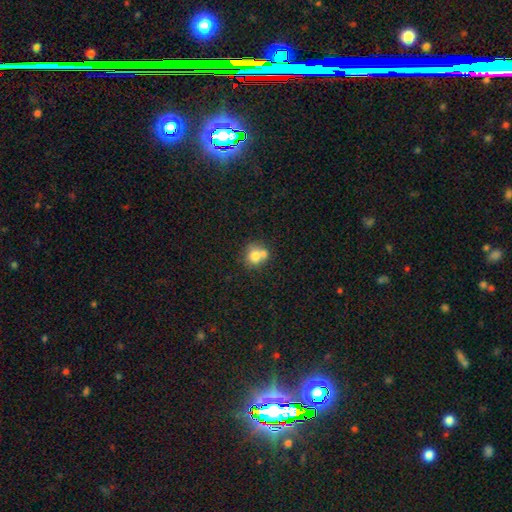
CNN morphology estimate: Smooth or featured?
  - smooth: 74% *
  - featured or disk: 15%
  - star or artifact: 10%
How rounded?
  - round: 81% *
  - in between: 19%
  - cigar-shaped: 1%
Merging?
  - merger: 44% *
  - none: 42%
  - minor disturbance: 10%
  - major disturbance: 4%